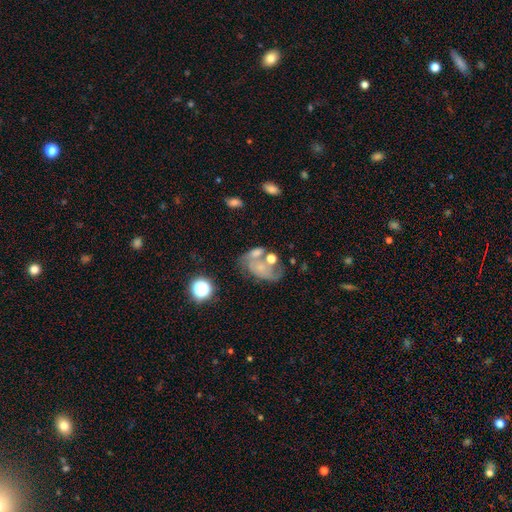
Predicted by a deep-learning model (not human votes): Morphology: type=smooth (46%); merging=merger (35%).